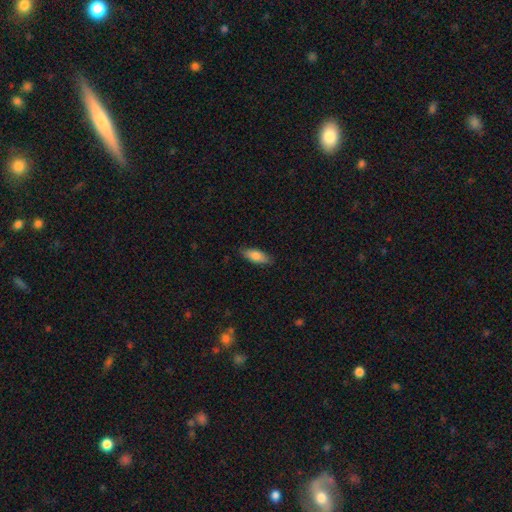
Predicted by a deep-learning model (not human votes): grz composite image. It shows a smooth galaxy with no disk features (80%) that is in between round and cigar-shaped (76%). Merging: none (85%).